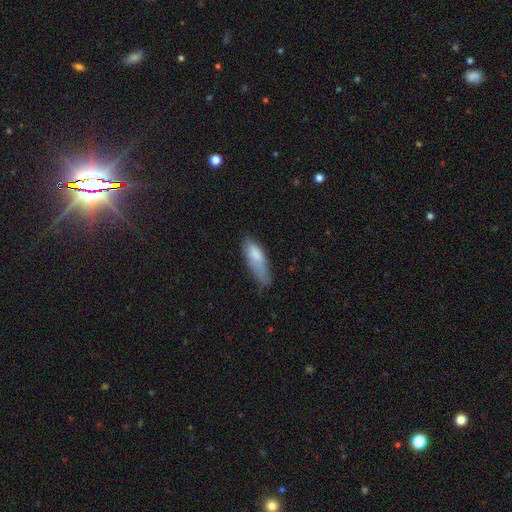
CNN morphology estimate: smooth_or_featured: smooth (p=0.80) [alt: featured or disk p=0.14]
how_rounded: in between (p=0.60) [alt: cigar-shaped p=0.38]
merging: none (p=0.45) [alt: minor disturbance p=0.39]